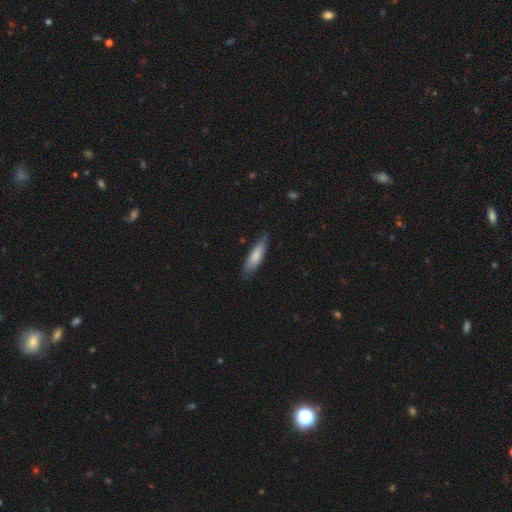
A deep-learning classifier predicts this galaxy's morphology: smooth-or-featured: smooth: 78% | featured or disk: 17% | star or artifact: 5%
  how-rounded: cigar-shaped: 55% | in between: 43% | round: 2%
  merging: none: 76% | minor disturbance: 20% | major disturbance: 3% | merger: 1%